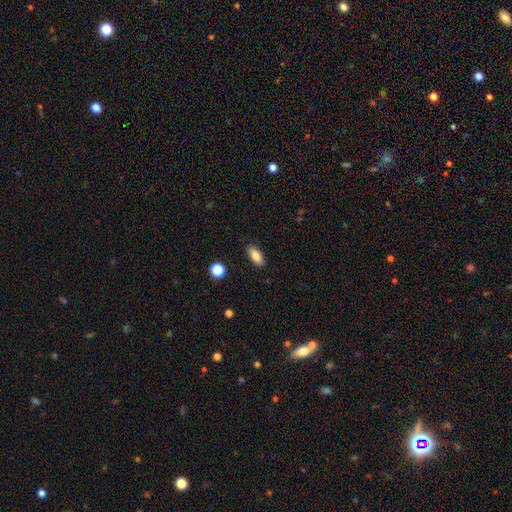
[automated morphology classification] type=smooth (84%); roundness=in between (83%); merging=none (87%).